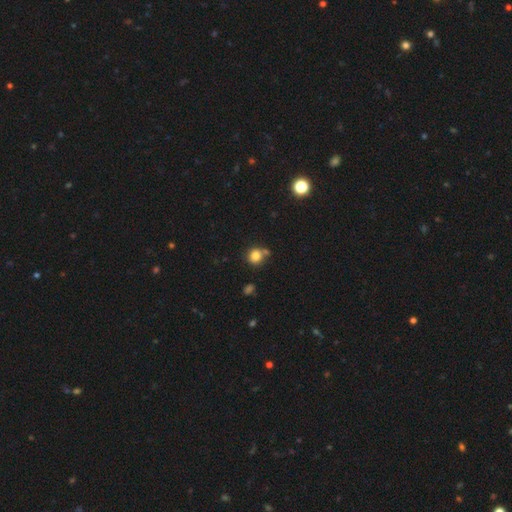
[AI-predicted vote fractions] This is clearly a smooth galaxy (81%). How rounded: clearly round (84%). Merging: likely none (62%).